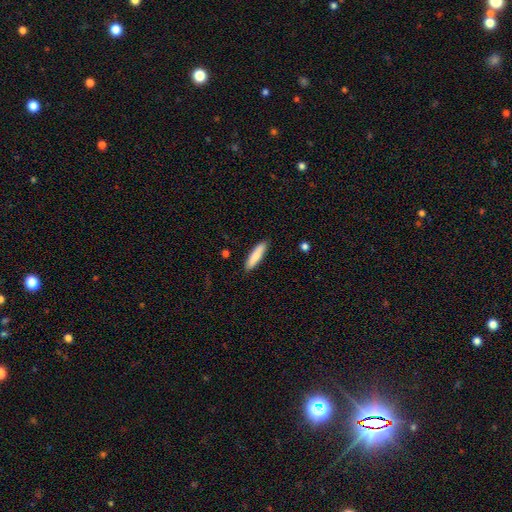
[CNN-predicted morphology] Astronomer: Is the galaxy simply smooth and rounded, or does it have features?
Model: smooth — 82%.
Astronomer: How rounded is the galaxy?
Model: cigar-shaped — 77%.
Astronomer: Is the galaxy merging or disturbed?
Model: none — 89%.